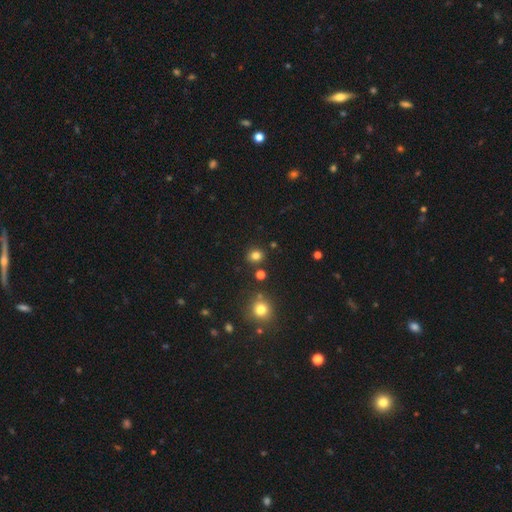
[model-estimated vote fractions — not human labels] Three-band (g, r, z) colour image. It shows a smooth galaxy with no disk features (80%) that is round (83%). Merging: none (86%).